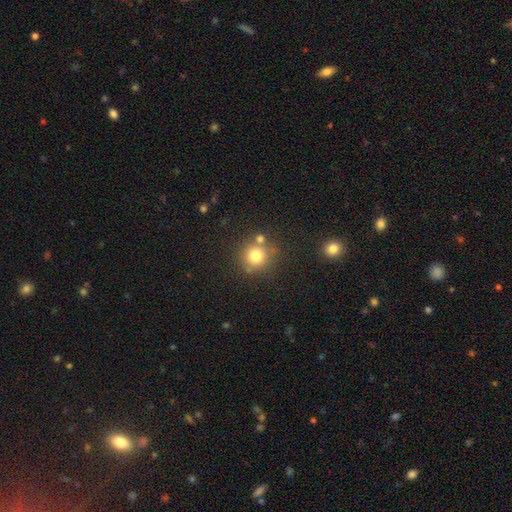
smooth_or_featured: smooth (p=0.87) [alt: star or artifact p=0.08]
how_rounded: round (p=1.00)
merging: none (p=0.66) [alt: merger p=0.23]